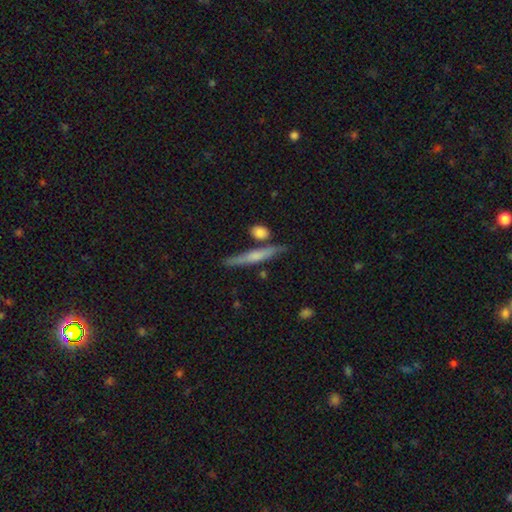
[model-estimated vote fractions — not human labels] A smooth galaxy with no disk features (50%). Merging: none (75%).